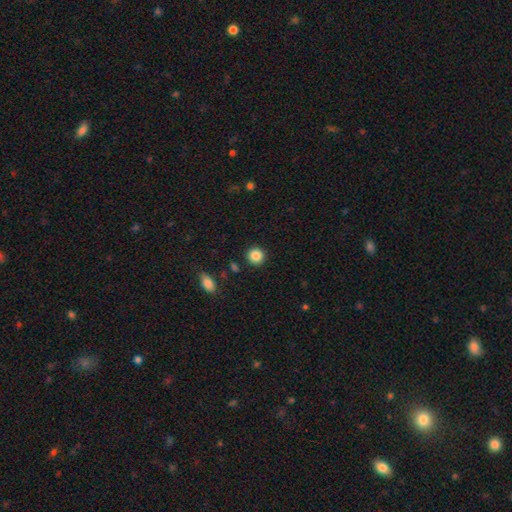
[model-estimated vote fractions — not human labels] Smooth or featured: smooth — 87% (star or artifact — 9%)
How rounded: round — 92% (in between — 7%)
Merging: none — 90% (minor disturbance — 6%)